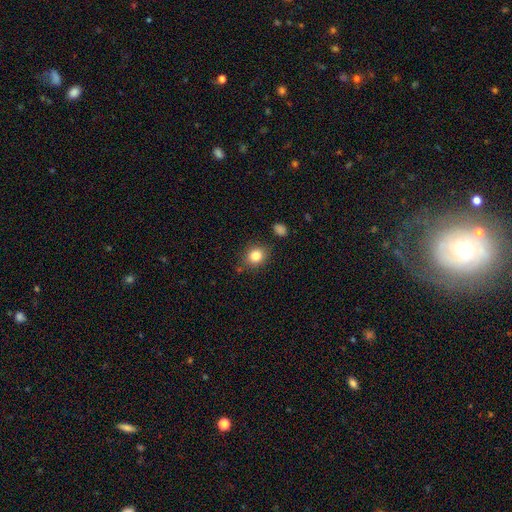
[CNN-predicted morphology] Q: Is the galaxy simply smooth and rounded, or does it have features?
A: smooth — 83%.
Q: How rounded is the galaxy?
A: round — 66%.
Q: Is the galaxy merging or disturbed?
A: none — 81%.